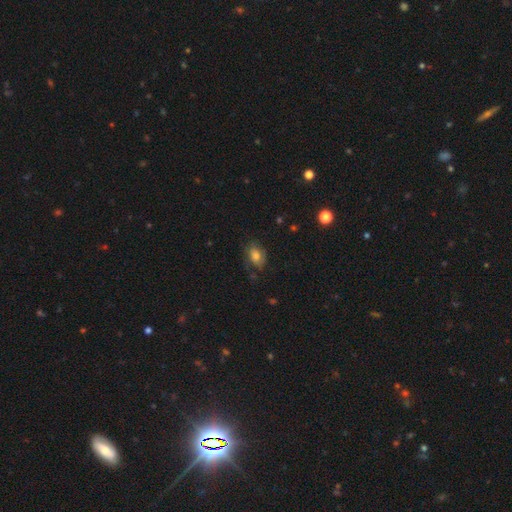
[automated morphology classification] Smooth or featured? Predicted: smooth (p=0.58). How rounded? Predicted: in between (p=0.79). Merging? Predicted: none (p=0.60).